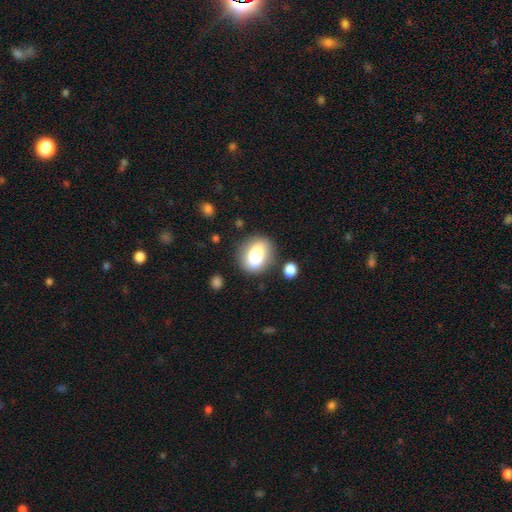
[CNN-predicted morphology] Overall: smooth (82%). How rounded: in between (66%; round 32%). Merging: none (69%).